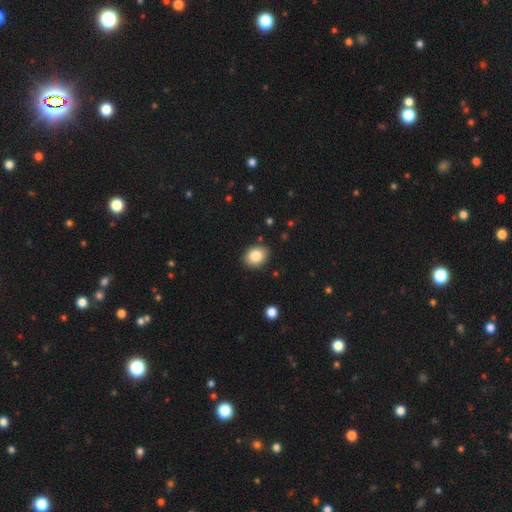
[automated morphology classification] smooth-or-featured: smooth: 83% | star or artifact: 9% | featured or disk: 8%
  how-rounded: in between: 58% | round: 41% | cigar-shaped: 1%
  merging: none: 88% | minor disturbance: 9% | major disturbance: 2% | merger: 1%